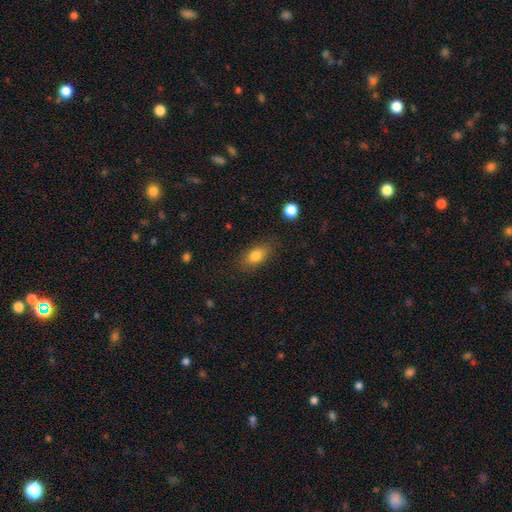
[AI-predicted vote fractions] A smooth galaxy with no disk features (82%) that is in between round and cigar-shaped (85%).

Vote fractions:
- Smooth or featured? smooth: 82% / featured or disk: 10% / star or artifact: 9%
- How rounded? in between: 85% / round: 11% / cigar-shaped: 5%
- Merging? none: 80% / minor disturbance: 15% / major disturbance: 4% / merger: 1%